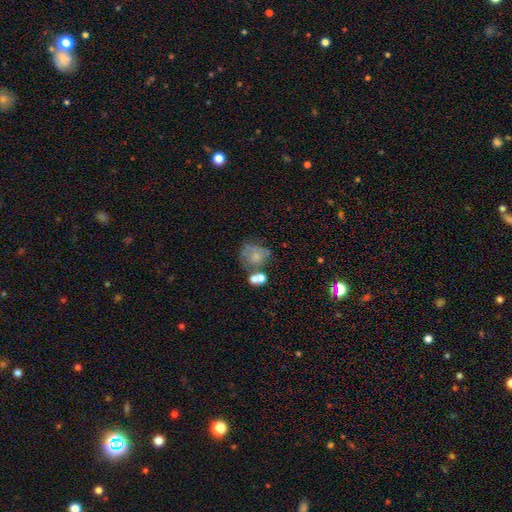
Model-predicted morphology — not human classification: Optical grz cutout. It shows a smooth galaxy with no disk features (54%) that is round (69%). Merging: none (37%).